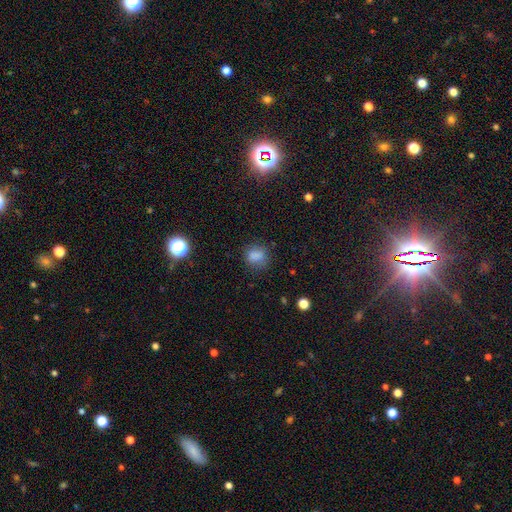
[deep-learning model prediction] Smooth or featured? smooth (80%)
How rounded? round (52%)
Merging? none (74%)